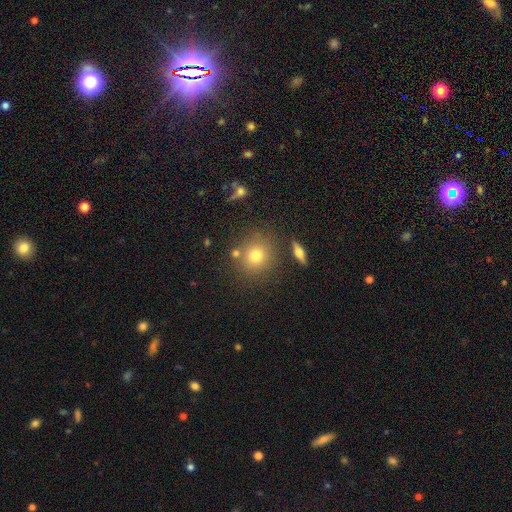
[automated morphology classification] A smooth galaxy with no disk features (74%) that is round (88%).

Vote fractions:
- Smooth or featured? smooth: 74% / star or artifact: 14% / featured or disk: 12%
- How rounded? round: 88% / in between: 10% / cigar-shaped: 1%
- Merging? none: 80% / minor disturbance: 10% / merger: 7% / major disturbance: 3%